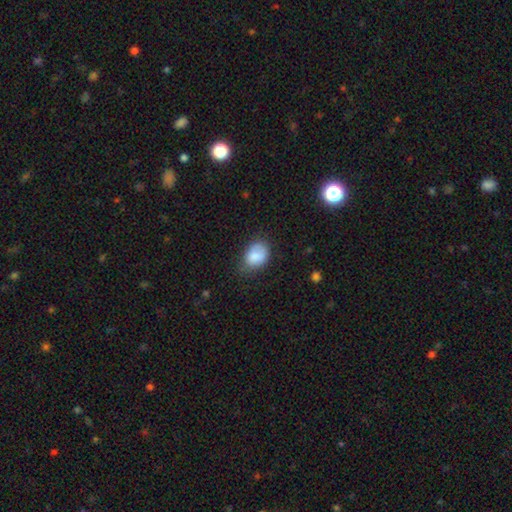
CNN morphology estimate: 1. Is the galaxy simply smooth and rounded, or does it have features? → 83% smooth, 10% featured or disk, 7% star or artifact.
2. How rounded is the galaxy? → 72% in between, 27% round, 1% cigar-shaped.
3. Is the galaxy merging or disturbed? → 57% none, 32% minor disturbance, 9% major disturbance, 2% merger.